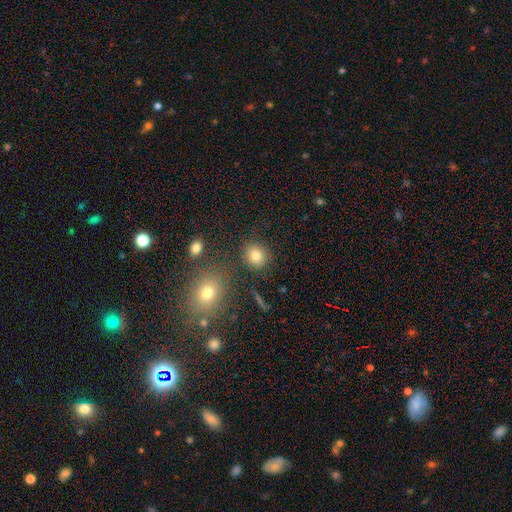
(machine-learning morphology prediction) This is clearly a smooth galaxy (83%). How rounded: clearly round (82%). Merging: clearly none (85%).